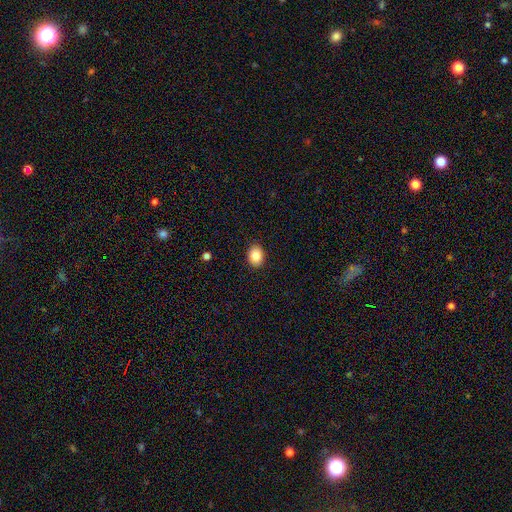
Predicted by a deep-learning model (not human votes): Smooth or featured? Predicted: smooth (p=0.86). How rounded? Predicted: in between (p=0.63). Merging? Predicted: none (p=0.89).